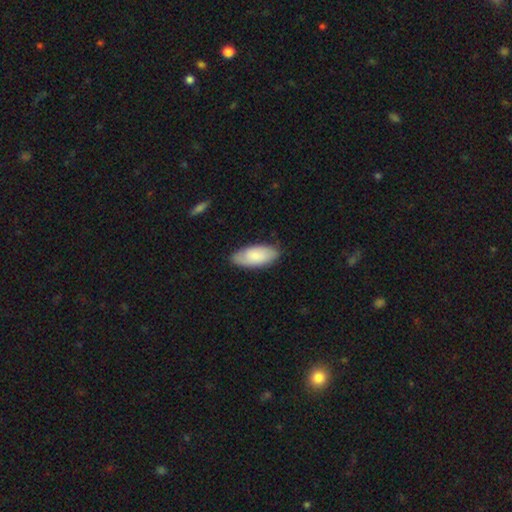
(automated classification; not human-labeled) The model was most divided on "smooth or featured": smooth: 75%, featured or disk: 20%, star or artifact: 5%. More confident: how rounded — in between (89%); merging — none (81%).